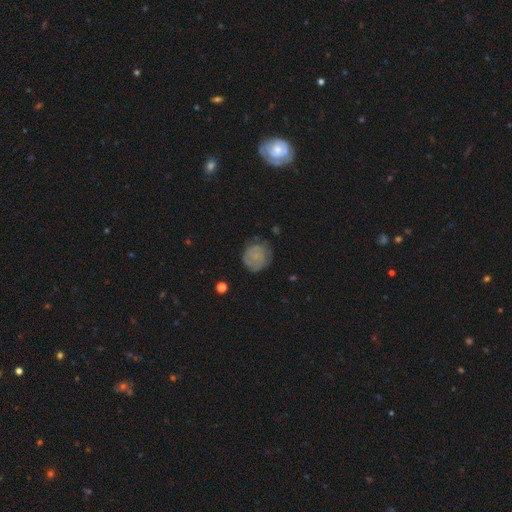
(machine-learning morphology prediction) Overall: smooth (54%; featured or disk 36%). How rounded: round (83%). Merging: none (68%).